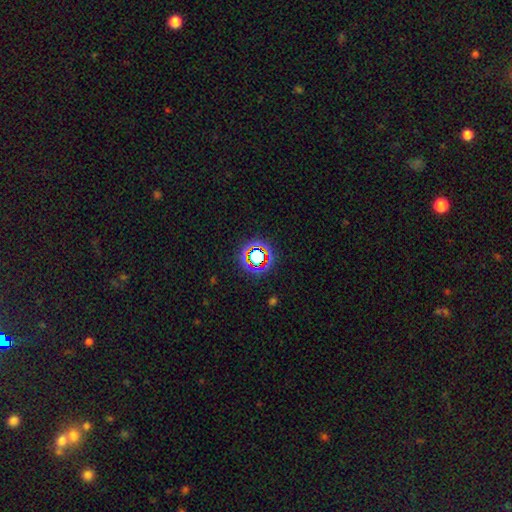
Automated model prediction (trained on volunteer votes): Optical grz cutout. It shows a star or artifact, not a galaxy (58%).